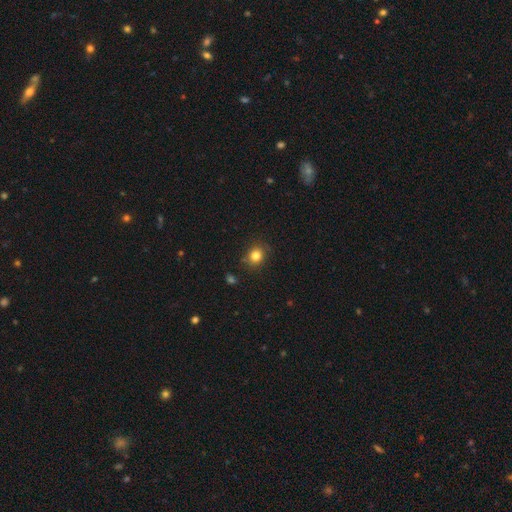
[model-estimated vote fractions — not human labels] Smooth or featured? smooth (82%)
How rounded? round (72%)
Merging? none (83%)